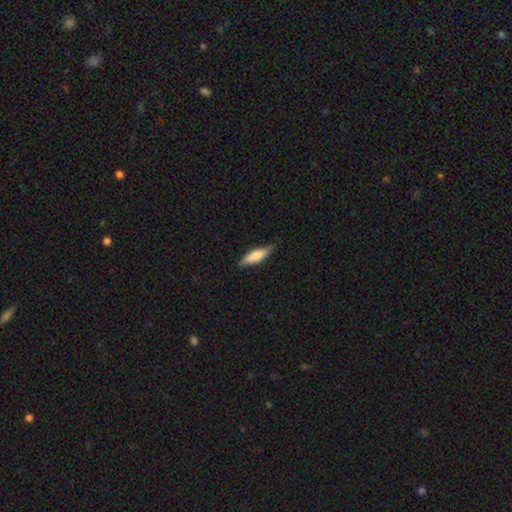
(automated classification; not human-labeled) A smooth galaxy with no disk features (65%) that is cigar-shaped (61%).

Vote fractions:
- Smooth or featured? smooth: 65% / featured or disk: 29% / star or artifact: 6%
- How rounded? cigar-shaped: 61% / in between: 37% / round: 2%
- Merging? none: 80% / minor disturbance: 16% / major disturbance: 3% / merger: 1%